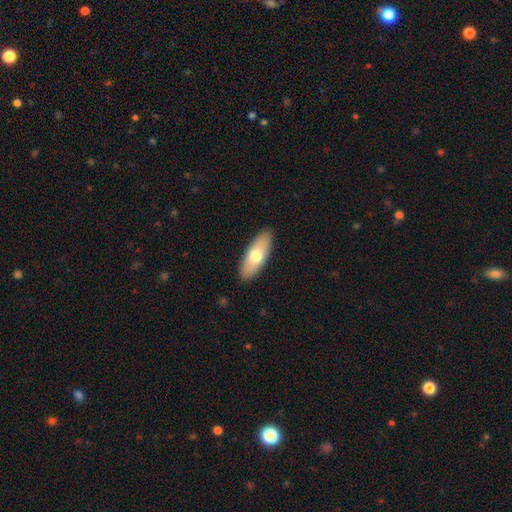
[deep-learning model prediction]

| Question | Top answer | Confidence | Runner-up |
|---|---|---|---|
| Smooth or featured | smooth | 70% | featured or disk (24%) |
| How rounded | in between | 68% | cigar-shaped (29%) |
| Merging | none | 89% | minor disturbance (8%) |